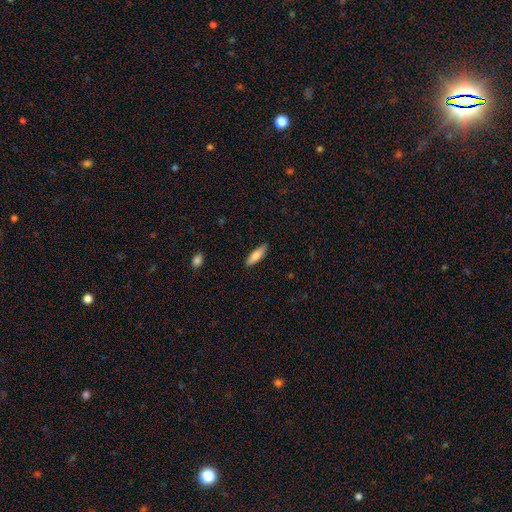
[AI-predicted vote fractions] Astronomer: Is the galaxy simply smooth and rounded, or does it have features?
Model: smooth — 80%.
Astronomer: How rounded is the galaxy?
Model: cigar-shaped — 51% (runner-up: in between, 47%).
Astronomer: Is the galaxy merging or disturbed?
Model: none — 87%.